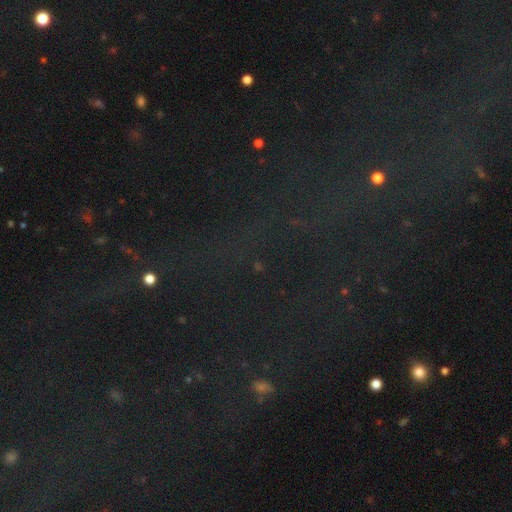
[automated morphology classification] Smooth or featured? Predicted: star or artifact (p=0.77).